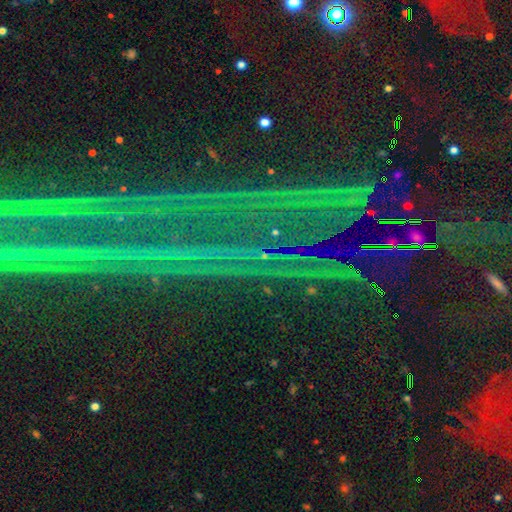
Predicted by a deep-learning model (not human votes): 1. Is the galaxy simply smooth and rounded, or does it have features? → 88% star or artifact, 7% featured or disk, 5% smooth.